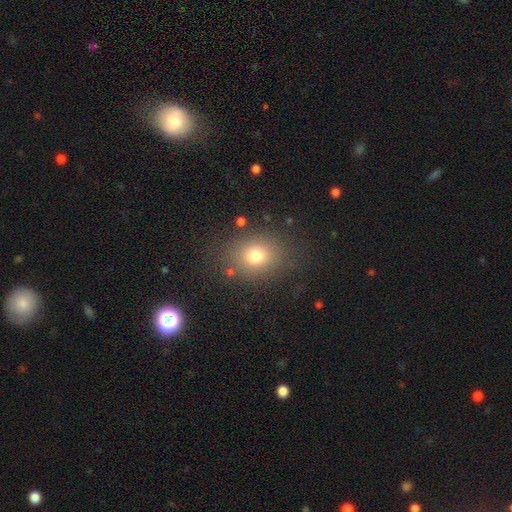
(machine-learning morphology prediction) Smooth or featured: smooth — 74% (star or artifact — 15%)
How rounded: round — 51% (in between — 48%)
Merging: none — 81% (minor disturbance — 11%)